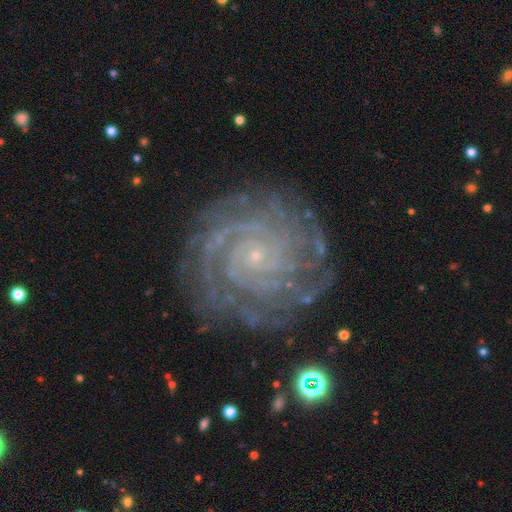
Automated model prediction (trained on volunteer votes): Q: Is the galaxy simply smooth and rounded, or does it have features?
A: featured or disk — 89%.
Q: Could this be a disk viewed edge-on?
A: no — 98%.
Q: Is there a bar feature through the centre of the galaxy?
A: no — 77%.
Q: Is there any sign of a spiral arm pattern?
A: yes — 98%.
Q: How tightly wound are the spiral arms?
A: tight — 85%.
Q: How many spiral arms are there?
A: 2 — 21%.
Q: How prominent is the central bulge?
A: small — 89%.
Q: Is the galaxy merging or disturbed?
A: none — 81%.